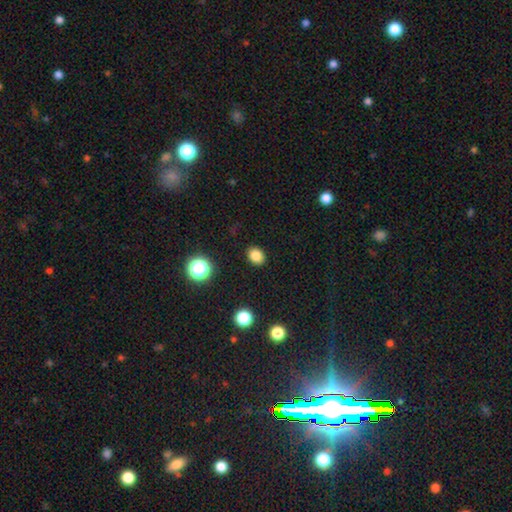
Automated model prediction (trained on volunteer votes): A smooth galaxy with no disk features (83%) that is in between round and cigar-shaped (52%). Merging: none (89%).